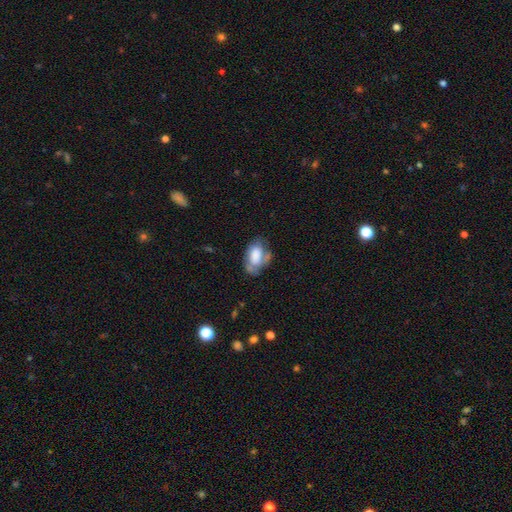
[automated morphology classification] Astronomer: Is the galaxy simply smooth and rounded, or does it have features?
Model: smooth — 61%.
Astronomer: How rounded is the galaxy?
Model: in between — 90%.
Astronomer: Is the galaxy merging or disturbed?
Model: none — 44% (runner-up: minor disturbance, 33%).